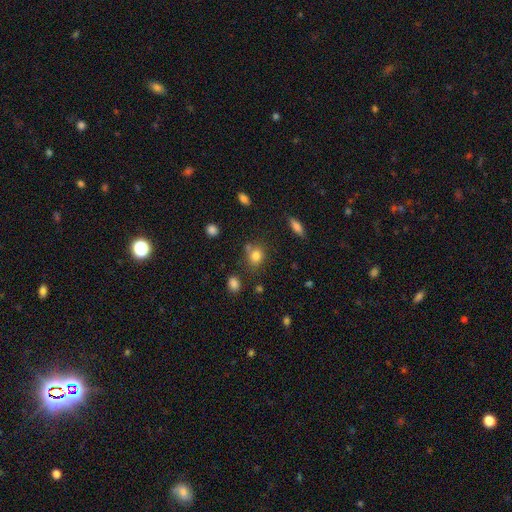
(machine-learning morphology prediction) Smooth or featured? Predicted: smooth (p=0.79). How rounded? Predicted: round (p=0.68). Merging? Predicted: none (p=0.66).